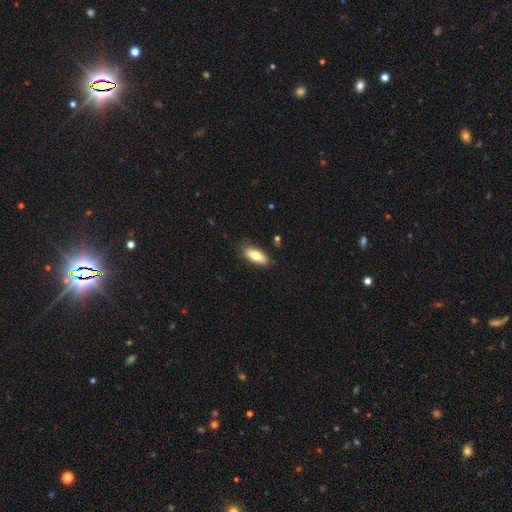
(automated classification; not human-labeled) smooth_or_featured: smooth (p=0.79) [alt: featured or disk p=0.15]
how_rounded: in between (p=0.81) [alt: cigar-shaped p=0.17]
merging: none (p=0.81) [alt: minor disturbance p=0.14]